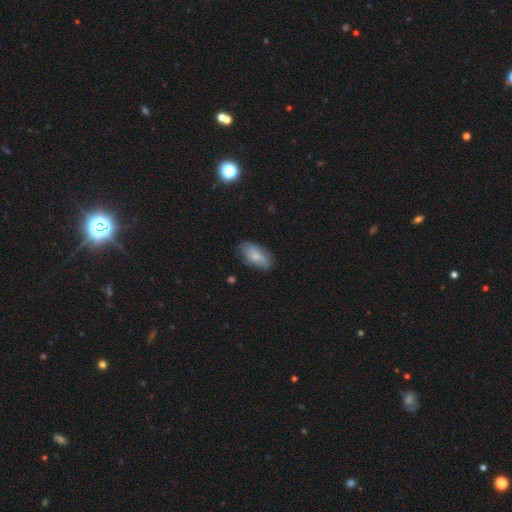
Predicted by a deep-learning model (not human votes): smooth_or_featured: smooth (p=0.73) [alt: featured or disk p=0.20]
how_rounded: in between (p=0.90) [alt: cigar-shaped p=0.07]
merging: none (p=0.71) [alt: minor disturbance p=0.23]